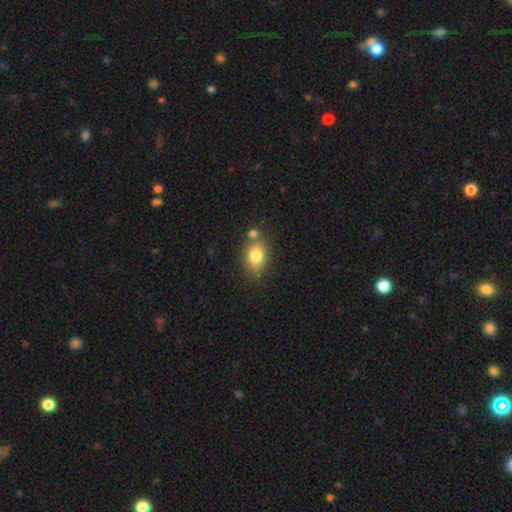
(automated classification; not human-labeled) Smooth or featured? Predicted: smooth (p=0.81). How rounded? Predicted: in between (p=0.71). Merging? Predicted: none (p=0.62).